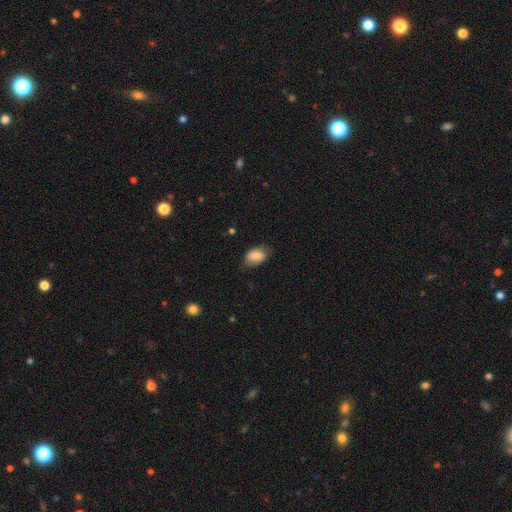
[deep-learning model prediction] Smooth or featured?
  - smooth: 80% *
  - featured or disk: 13%
  - star or artifact: 7%
How rounded?
  - in between: 88% *
  - round: 11%
  - cigar-shaped: 2%
Merging?
  - none: 69% *
  - minor disturbance: 24%
  - major disturbance: 6%
  - merger: 1%